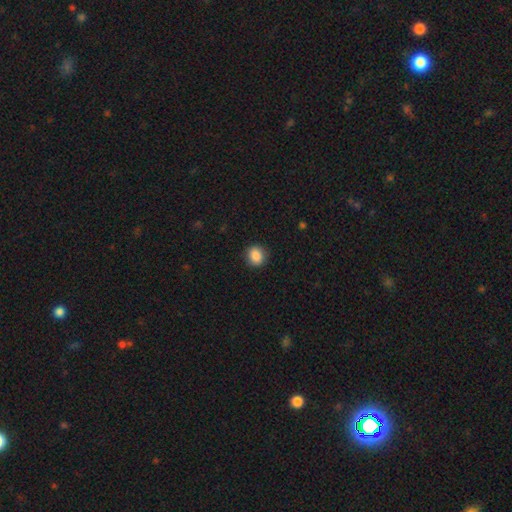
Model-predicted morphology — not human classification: Smooth or featured? smooth (87%)
How rounded? round (81%)
Merging? none (89%)